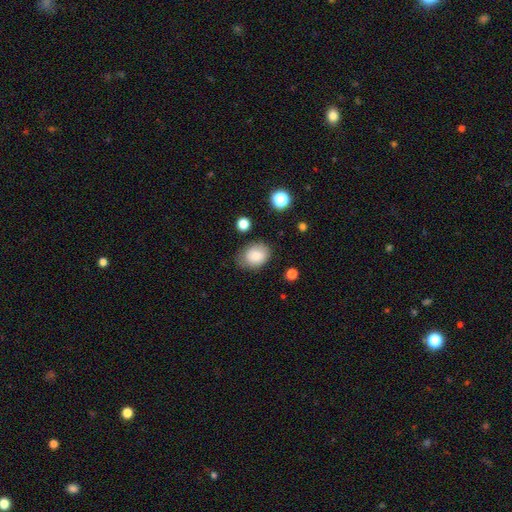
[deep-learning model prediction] Smooth or featured? smooth (83%)
How rounded? in between (63%)
Merging? none (73%)